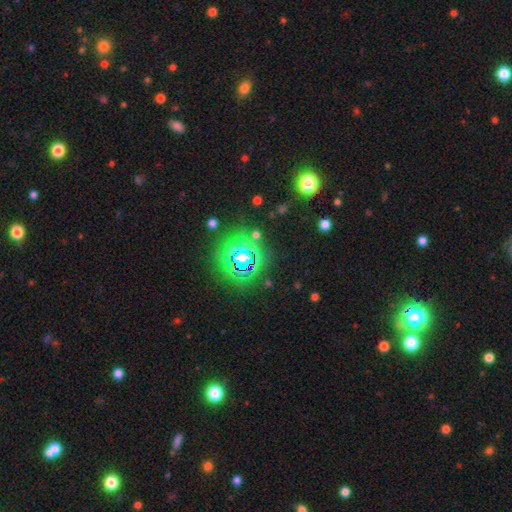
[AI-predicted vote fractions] Smooth or featured: star or artifact — 79% (smooth — 14%)